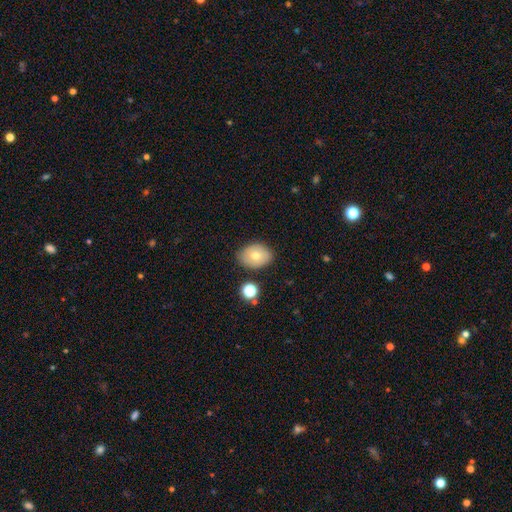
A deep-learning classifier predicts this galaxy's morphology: Q: Smooth or featured?
A: smooth (71%); runner-up: featured or disk (20%)
Q: How rounded?
A: in between (64%); runner-up: round (35%)
Q: Merging?
A: none (82%); runner-up: minor disturbance (12%)